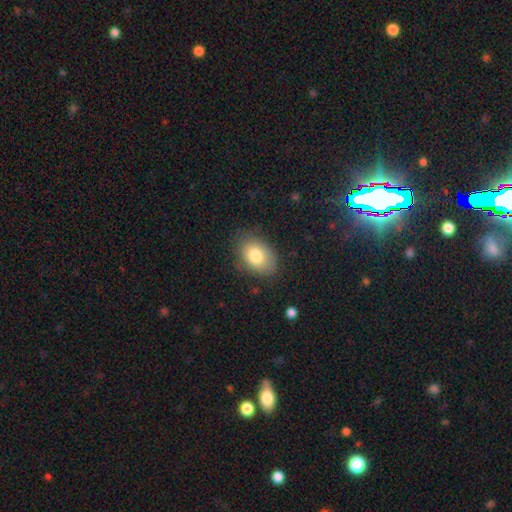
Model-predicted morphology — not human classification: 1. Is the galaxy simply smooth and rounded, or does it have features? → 79% smooth, 13% featured or disk, 8% star or artifact.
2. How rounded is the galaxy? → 81% in between, 18% round, 1% cigar-shaped.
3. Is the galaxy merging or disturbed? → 77% none, 17% minor disturbance, 5% major disturbance, 1% merger.